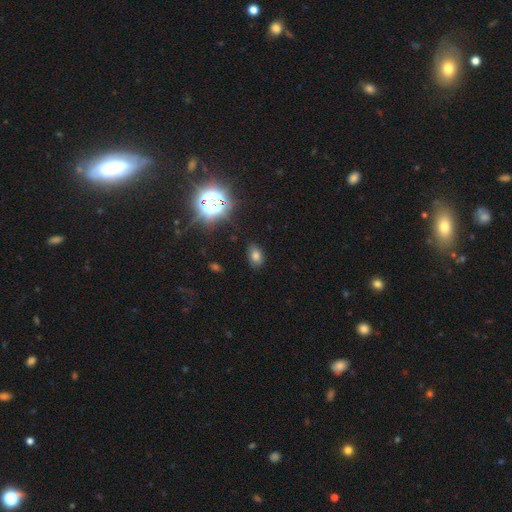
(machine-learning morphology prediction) type=smooth (69%); roundness=in between (82%); merging=none (80%).